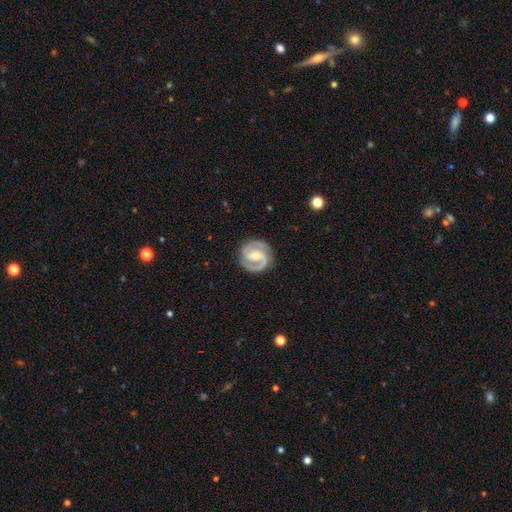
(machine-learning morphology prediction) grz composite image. It shows a featured or disk galaxy (92%) with a weak bar (44%), 2 (93%) medium (49%) spiral arms (98%) and a moderate central bulge (53%). Merging: none (86%).